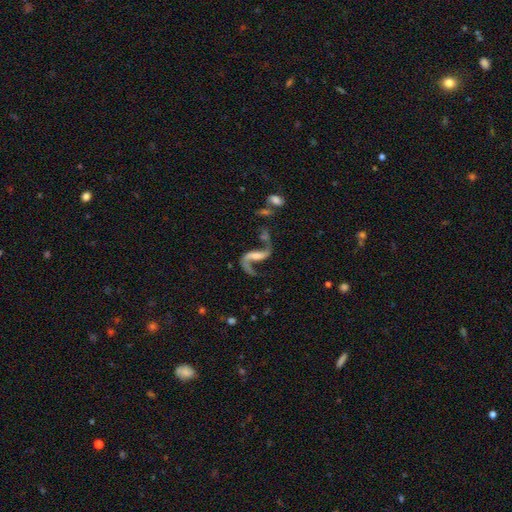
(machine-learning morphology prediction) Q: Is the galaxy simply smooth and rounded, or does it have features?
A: featured or disk — 87%.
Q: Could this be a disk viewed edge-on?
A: no — 95%.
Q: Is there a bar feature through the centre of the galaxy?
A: strong — 38%.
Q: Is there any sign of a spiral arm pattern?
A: yes — 95%.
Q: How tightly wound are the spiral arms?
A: loose — 85%.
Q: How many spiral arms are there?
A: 2 — 88%.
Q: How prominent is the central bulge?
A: small — 32%.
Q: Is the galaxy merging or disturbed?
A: none — 59%.